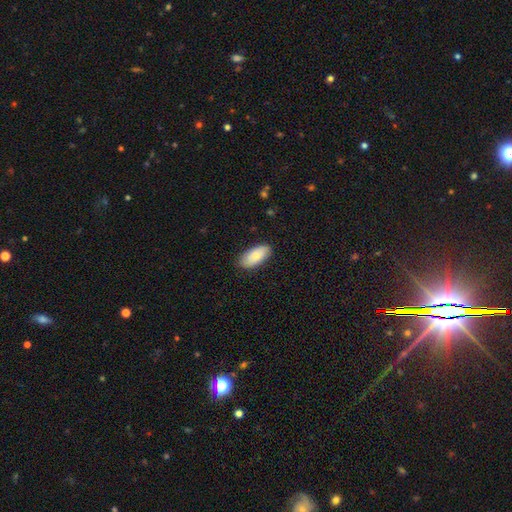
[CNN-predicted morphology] This appears to be a smooth galaxy with no disk features (75%) that is in between round and cigar-shaped (93%). Merging: none (85%).